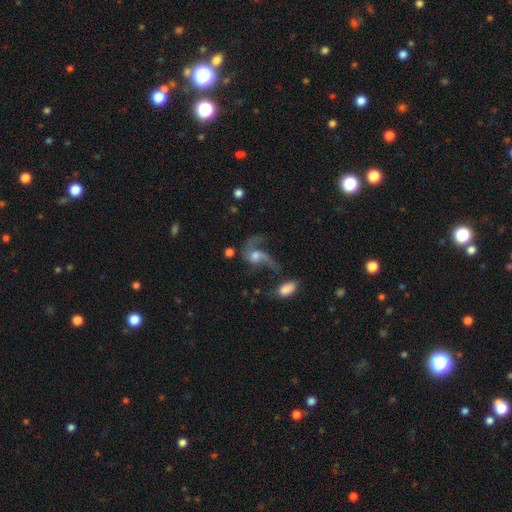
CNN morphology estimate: Smooth or featured: featured or disk — 69% (smooth — 20%)
Edge-on disk: no — 97% (yes — 3%)
Bar: no — 66% (weak — 27%)
Spiral arms: yes — 85% (no — 15%)
Spiral winding: loose — 75% (medium — 21%)
Spiral arm count: 2 — 66% (1 — 20%)
Bulge size: moderate — 52% (small — 25%)
Merging: major disturbance — 39% (none — 28%)